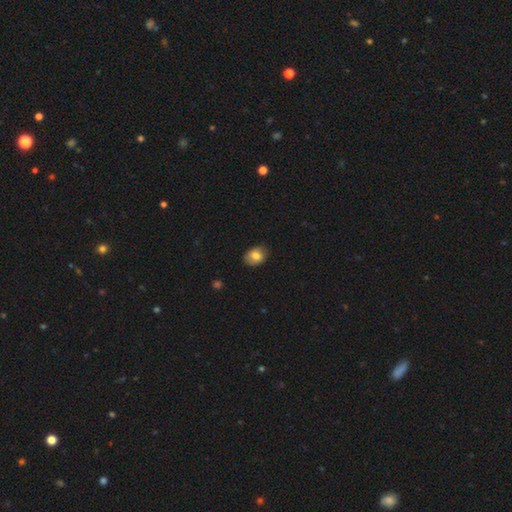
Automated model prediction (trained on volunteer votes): This appears to be a smooth galaxy with no disk features (81%) that is in between round and cigar-shaped (63%). Merging: none (79%).